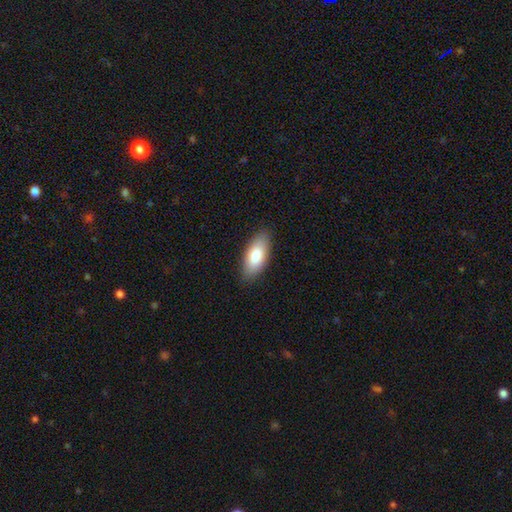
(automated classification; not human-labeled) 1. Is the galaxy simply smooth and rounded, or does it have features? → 83% smooth, 12% featured or disk, 6% star or artifact.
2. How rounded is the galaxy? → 85% in between, 13% cigar-shaped, 2% round.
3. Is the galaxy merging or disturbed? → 87% none, 10% minor disturbance, 2% major disturbance, 1% merger.